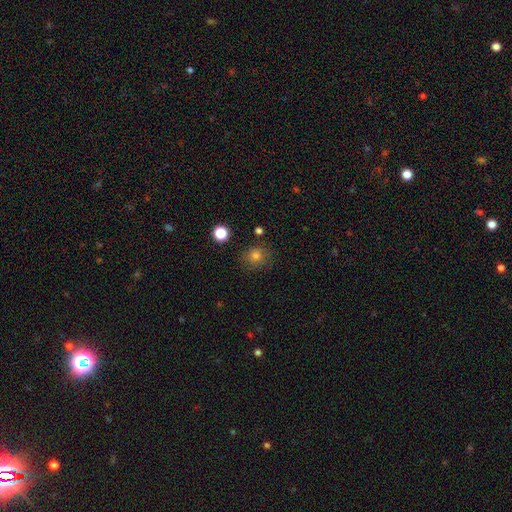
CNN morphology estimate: Smooth or featured? smooth (76%)
How rounded? round (86%)
Merging? none (84%)